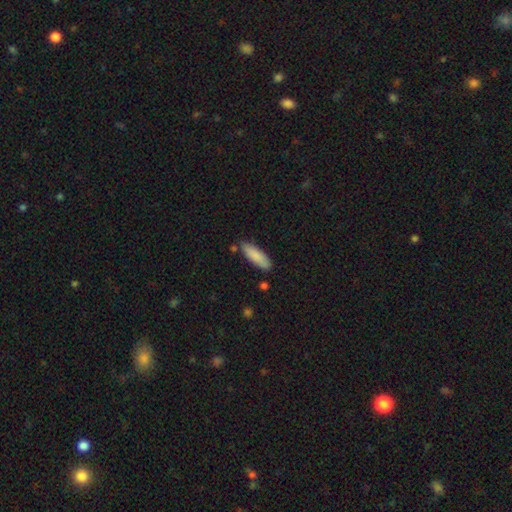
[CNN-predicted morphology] Smooth or featured? Predicted: smooth (p=0.86). How rounded? Predicted: in between (p=0.52). Merging? Predicted: none (p=0.77).